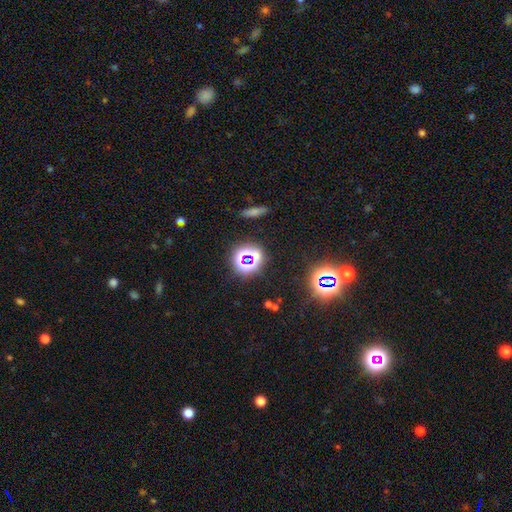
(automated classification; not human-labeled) Smooth or featured? Predicted: star or artifact (p=0.66).